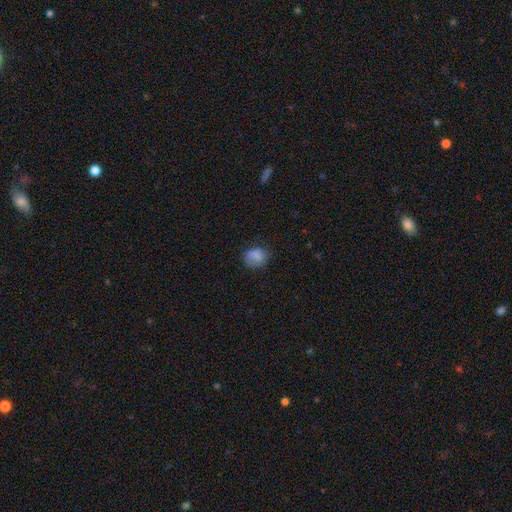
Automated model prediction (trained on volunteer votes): A smooth galaxy with no disk features (80%) that is round (57%). Merging: none (65%).